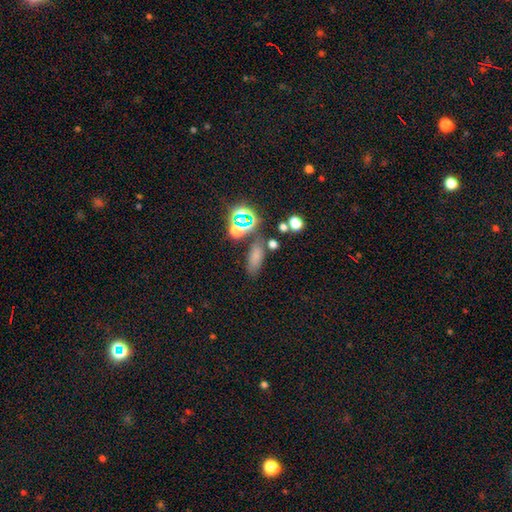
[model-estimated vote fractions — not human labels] This is likely a smooth galaxy (65%). How rounded: likely in between (68%). Merging: likely none (69%).